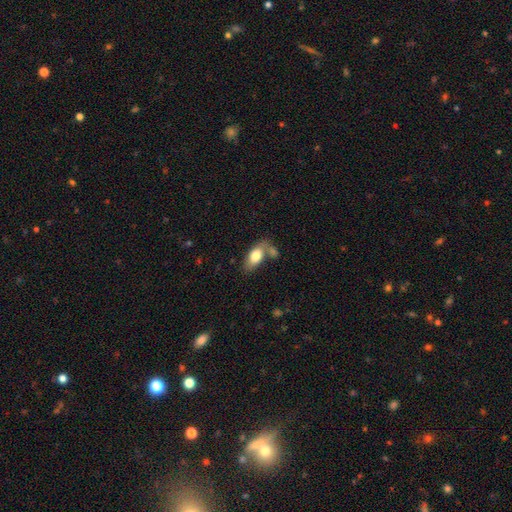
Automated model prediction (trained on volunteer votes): A smooth galaxy with no disk features (77%) that is in between round and cigar-shaped (90%). Merging: none (50%).